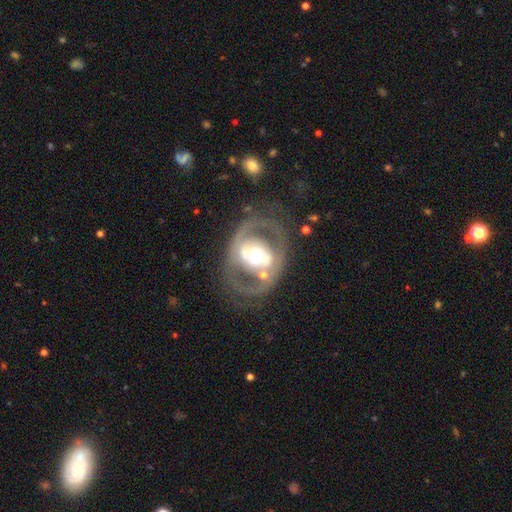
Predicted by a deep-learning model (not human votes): A featured or disk galaxy (73%) with no bar (40%), no spiral arms (63%) and a moderate central bulge (55%). Merging: none (68%).